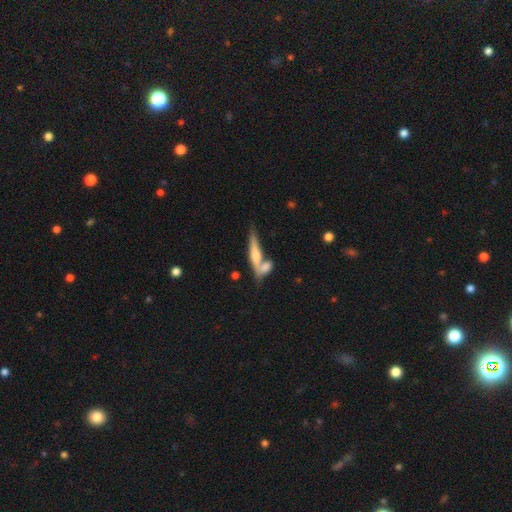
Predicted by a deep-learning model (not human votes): smooth-or-featured: smooth: 55% | featured or disk: 38% | star or artifact: 7%
  how-rounded: cigar-shaped: 72% | in between: 25% | round: 4%
  merging: merger: 46% | none: 37% | minor disturbance: 11% | major disturbance: 5%